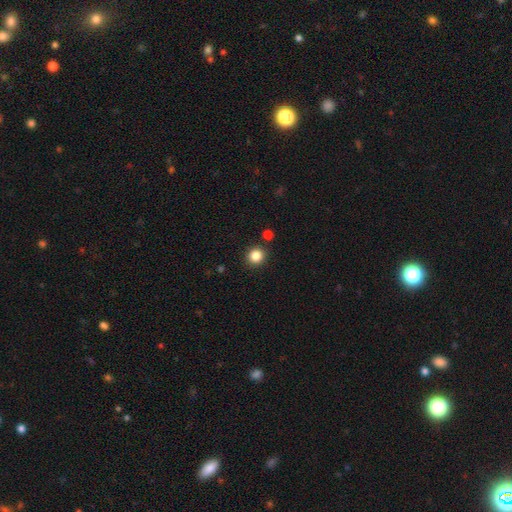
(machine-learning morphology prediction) Smooth or featured? smooth (85%)
How rounded? round (90%)
Merging? none (88%)